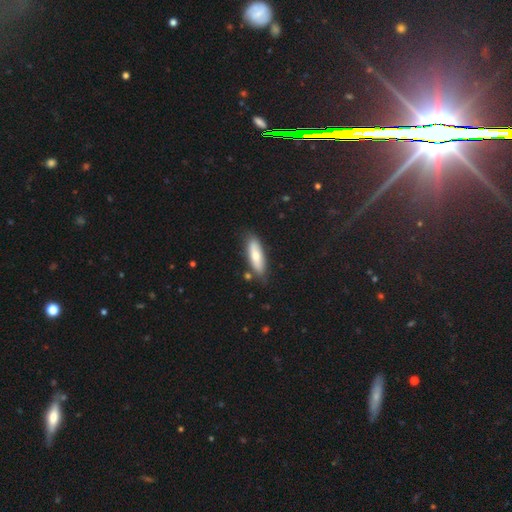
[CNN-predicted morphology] A smooth galaxy with no disk features (72%) that is cigar-shaped (51%). Merging: none (80%).